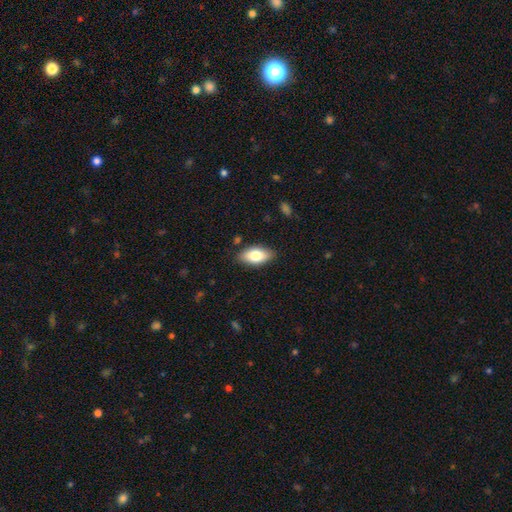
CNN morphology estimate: type=smooth (78%); roundness=in between (92%); merging=none (85%).